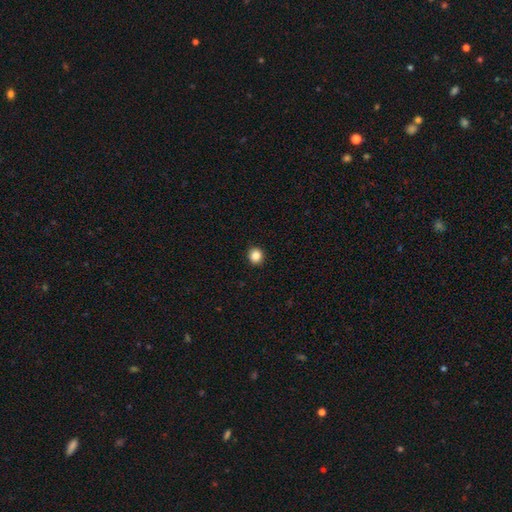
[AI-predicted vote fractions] Smooth or featured?
  - smooth: 87% *
  - star or artifact: 10%
  - featured or disk: 3%
How rounded?
  - round: 89% *
  - in between: 10%
  - cigar-shaped: 1%
Merging?
  - none: 92% *
  - minor disturbance: 5%
  - major disturbance: 2%
  - merger: 1%